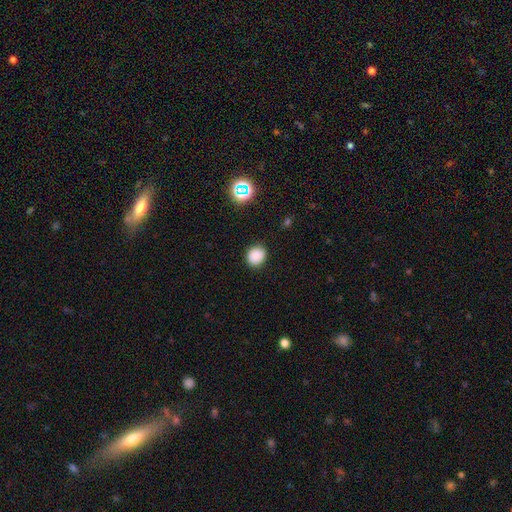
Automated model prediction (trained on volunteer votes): This appears to be a smooth galaxy with no disk features (84%) that is round (71%). Merging: none (87%).